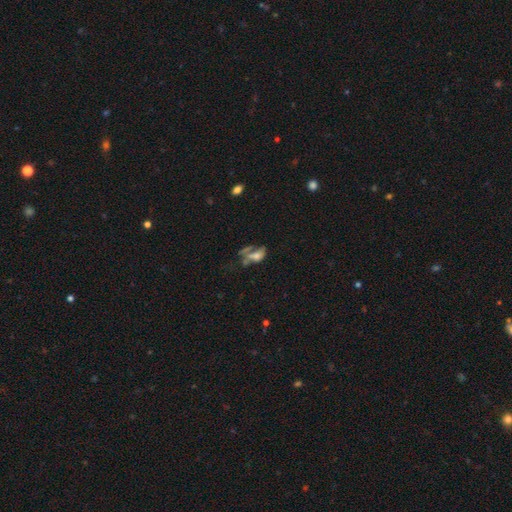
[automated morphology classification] The model was most divided on "merging": merger: 36%, major disturbance: 31%, none: 19%, minor disturbance: 14%. Remaining: smooth or featured — smooth (48%).